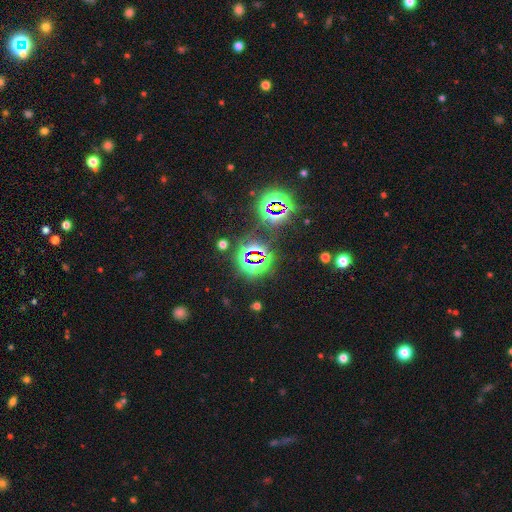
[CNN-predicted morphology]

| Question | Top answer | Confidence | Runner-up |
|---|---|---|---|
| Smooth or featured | star or artifact | 81% | smooth (11%) |